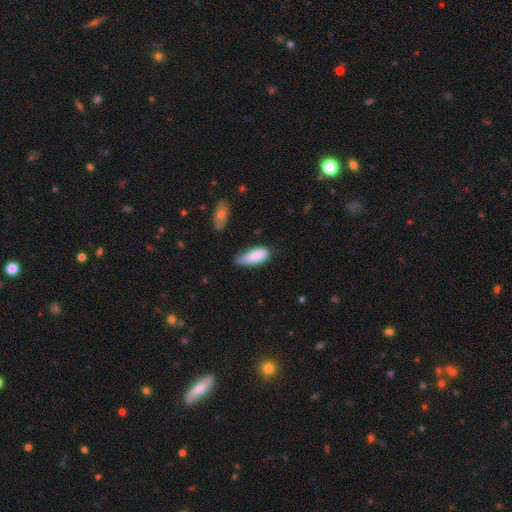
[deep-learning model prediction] Smooth or featured: smooth — 85% (featured or disk — 9%)
How rounded: in between — 78% (cigar-shaped — 20%)
Merging: minor disturbance — 44% (none — 43%)